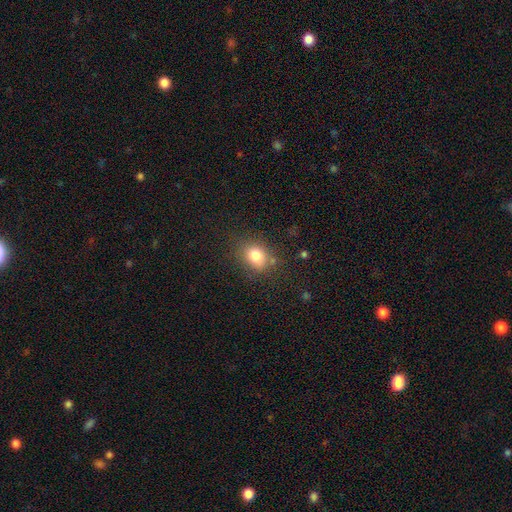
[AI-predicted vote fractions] Morphology: type=smooth (80%); roundness=round (53%); merging=none (74%).